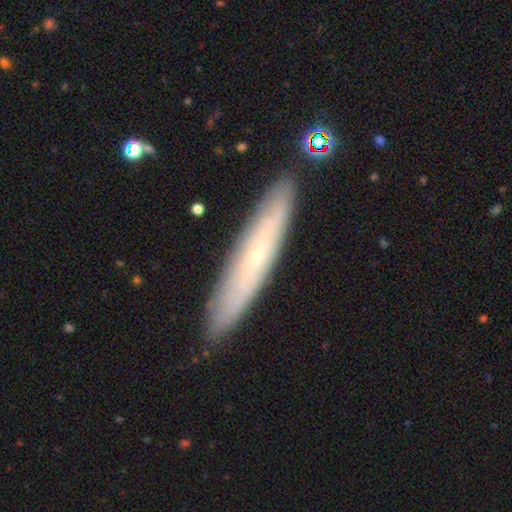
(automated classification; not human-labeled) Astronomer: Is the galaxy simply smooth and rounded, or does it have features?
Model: featured or disk — 56% (runner-up: smooth, 37%).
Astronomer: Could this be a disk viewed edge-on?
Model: yes — 64%.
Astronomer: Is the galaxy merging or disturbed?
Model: none — 86%.